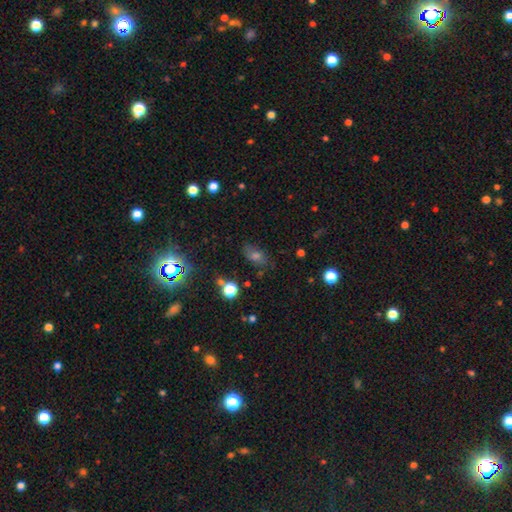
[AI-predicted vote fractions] Smooth or featured? Predicted: smooth (p=0.43). Merging? Predicted: none (p=0.72).